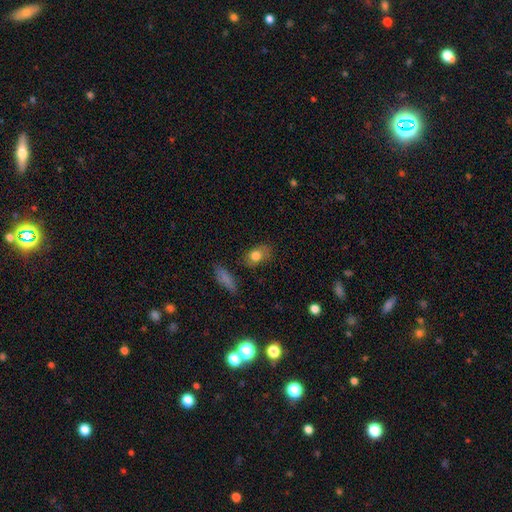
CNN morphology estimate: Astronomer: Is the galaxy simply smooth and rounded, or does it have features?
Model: smooth — 77%.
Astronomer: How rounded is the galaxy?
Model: in between — 74%.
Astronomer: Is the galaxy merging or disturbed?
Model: none — 71%.